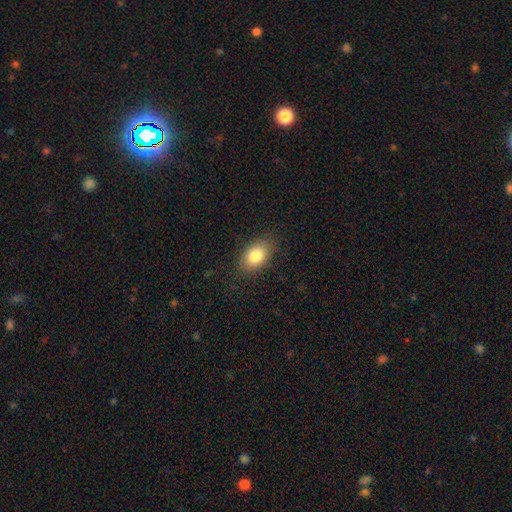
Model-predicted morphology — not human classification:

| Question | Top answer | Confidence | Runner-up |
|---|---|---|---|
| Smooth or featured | smooth | 83% | featured or disk (8%) |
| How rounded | in between | 86% | round (12%) |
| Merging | none | 84% | minor disturbance (12%) |